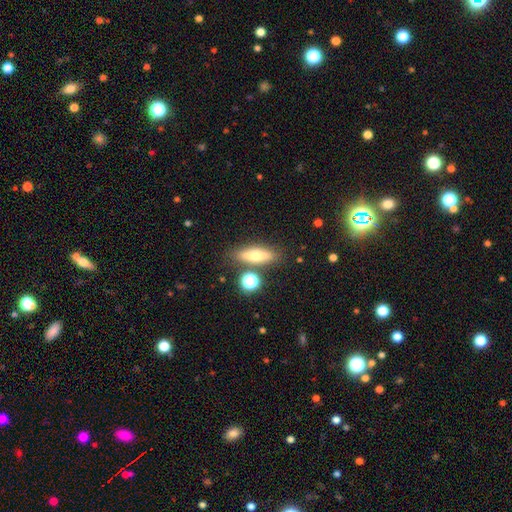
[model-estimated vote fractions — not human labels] This appears to be a smooth galaxy with no disk features (57%) that is cigar-shaped (51%). Merging: none (78%).